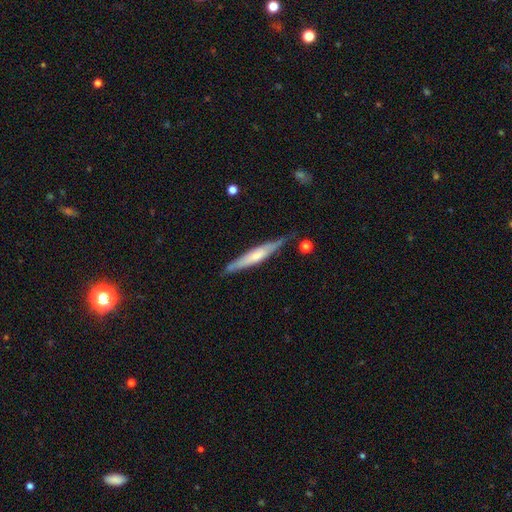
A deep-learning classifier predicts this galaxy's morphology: This appears to be a featured or disk galaxy (53%) viewed edge-on (90%). Merging: none (75%).